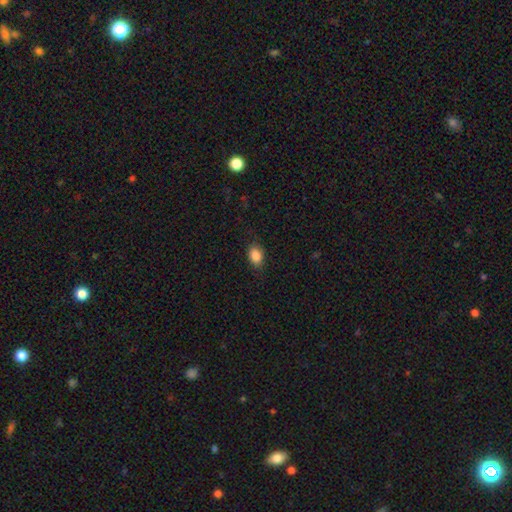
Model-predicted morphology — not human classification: Smooth or featured: smooth — 87% (star or artifact — 8%)
How rounded: in between — 81% (round — 18%)
Merging: none — 86% (minor disturbance — 11%)